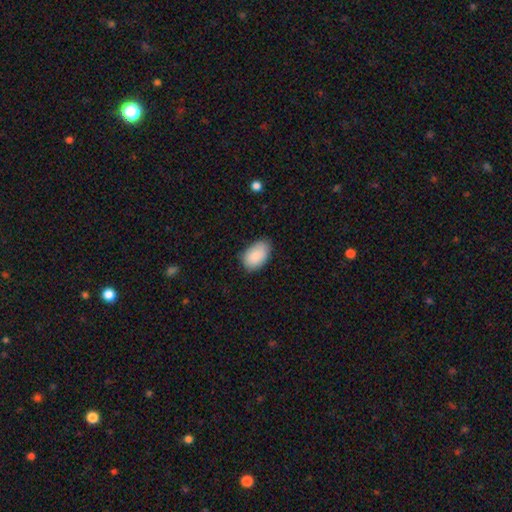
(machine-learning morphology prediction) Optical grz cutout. It shows a smooth galaxy with no disk features (88%) that is in between round and cigar-shaped (91%). Merging: none (74%).